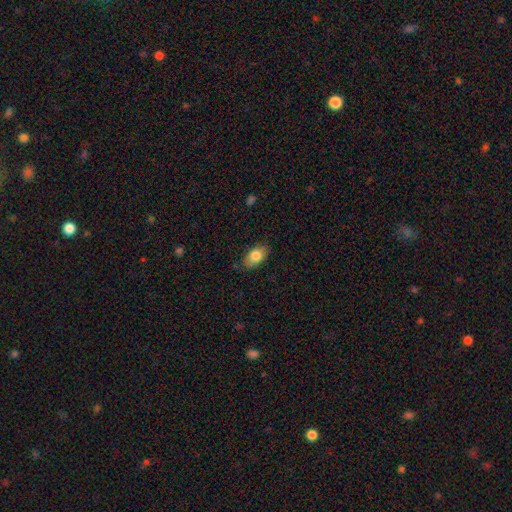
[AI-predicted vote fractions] A smooth galaxy with no disk features (82%) that is in between round and cigar-shaped (91%).

Vote fractions:
- Smooth or featured? smooth: 82% / featured or disk: 11% / star or artifact: 7%
- How rounded? in between: 91% / round: 7% / cigar-shaped: 2%
- Merging? none: 82% / minor disturbance: 14% / major disturbance: 3% / merger: 1%